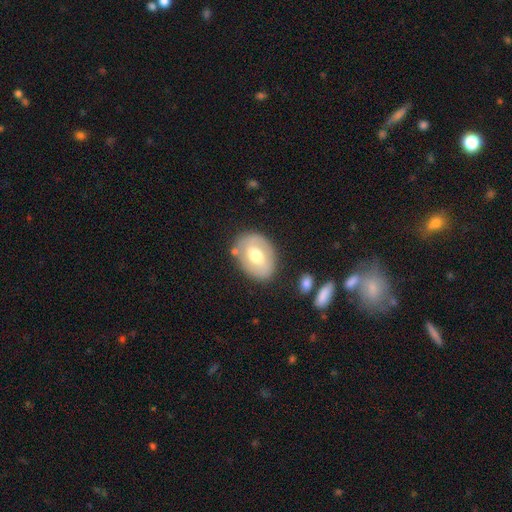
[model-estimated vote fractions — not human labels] Smooth or featured?
  - smooth: 48% *
  - featured or disk: 46%
  - star or artifact: 6%
Merging?
  - none: 75% *
  - minor disturbance: 15%
  - major disturbance: 5%
  - merger: 5%